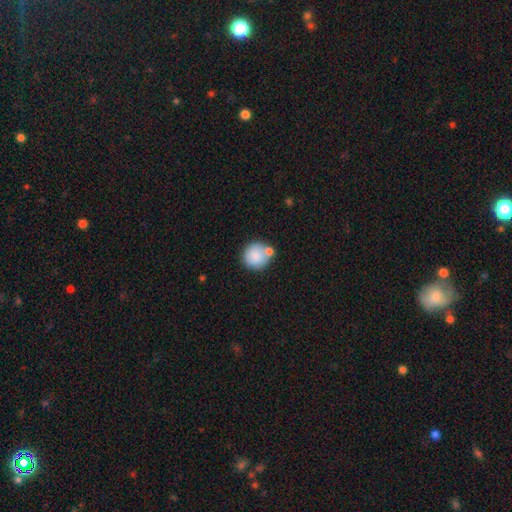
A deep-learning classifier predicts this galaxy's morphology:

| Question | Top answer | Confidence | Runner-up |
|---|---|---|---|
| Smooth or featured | smooth | 84% | featured or disk (9%) |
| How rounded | round | 89% | in between (10%) |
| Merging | none | 60% | merger (22%) |